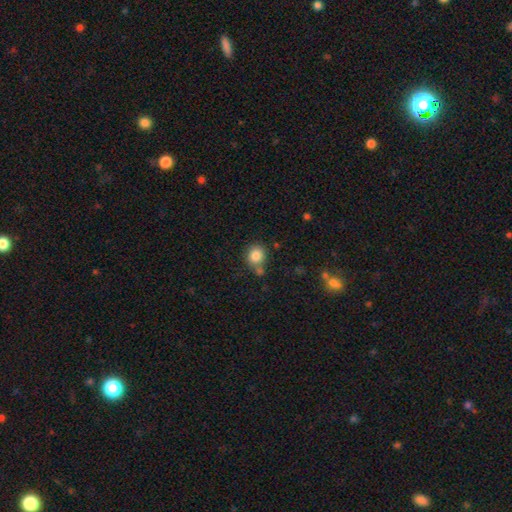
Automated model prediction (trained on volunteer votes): Smooth or featured: smooth — 84% (star or artifact — 10%)
How rounded: round — 81% (in between — 19%)
Merging: none — 64% (merger — 17%)